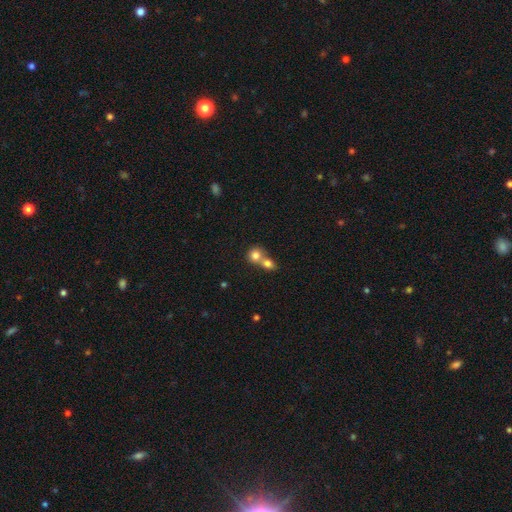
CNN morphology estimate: A smooth galaxy with no disk features (78%) that is round (79%). Merging: merger (65%).